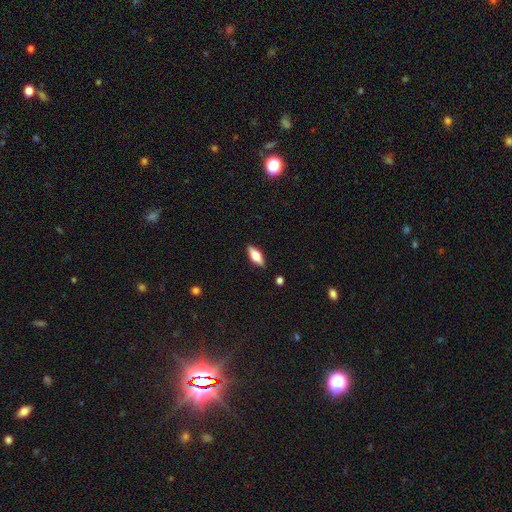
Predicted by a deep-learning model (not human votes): The model was most divided on "smooth or featured": smooth: 59%, featured or disk: 34%, star or artifact: 7%. More confident: merging — none (88%); how rounded — in between (71%).